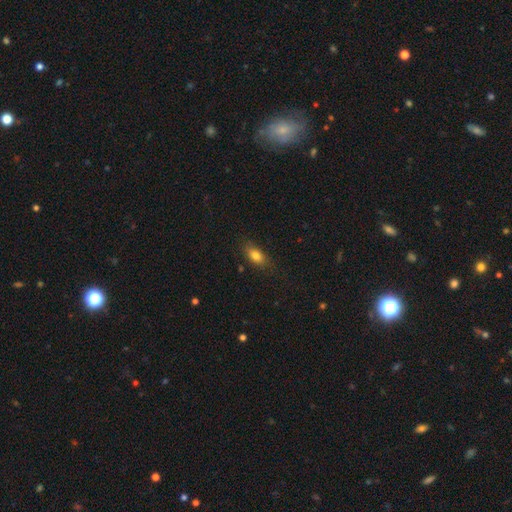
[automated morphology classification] This appears to be a smooth galaxy with no disk features (81%) that is in between round and cigar-shaped (83%). Merging: none (79%).